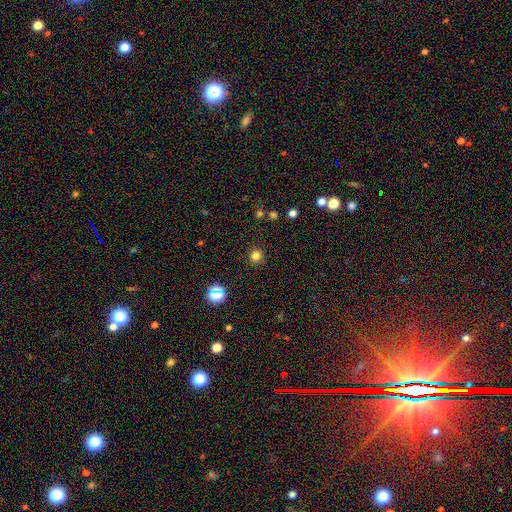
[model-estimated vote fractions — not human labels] The model was most divided on "smooth or featured": smooth: 78%, star or artifact: 17%, featured or disk: 5%. More confident: how rounded — round (95%); merging — none (91%).